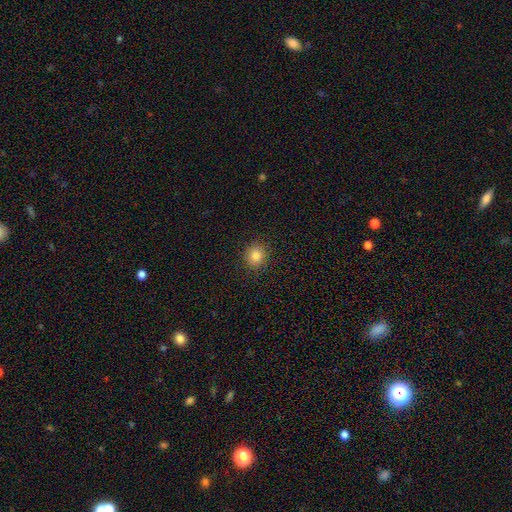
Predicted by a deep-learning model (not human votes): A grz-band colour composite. It shows a smooth galaxy with no disk features (84%) that is round (88%). Merging: none (90%).